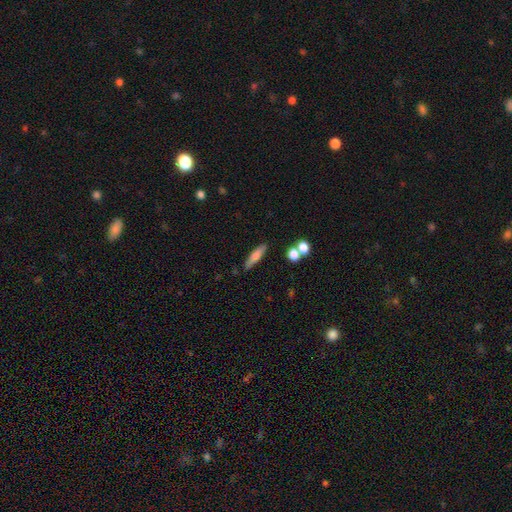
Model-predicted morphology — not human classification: Smooth or featured? smooth (65%)
How rounded? cigar-shaped (75%)
Merging? none (79%)